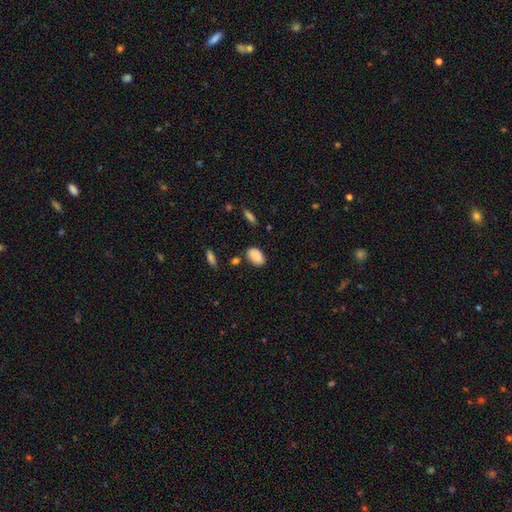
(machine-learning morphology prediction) Smooth or featured? smooth (88%)
How rounded? in between (90%)
Merging? none (79%)